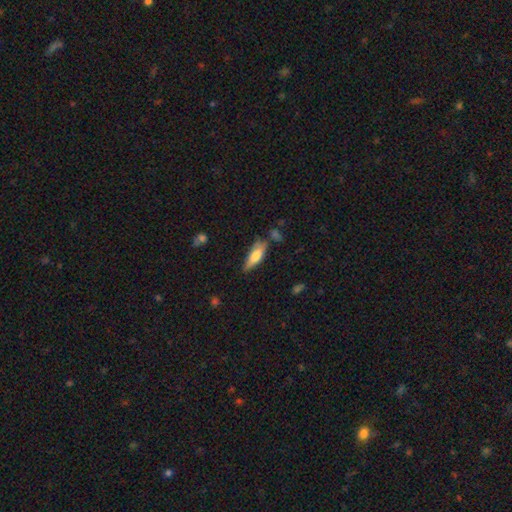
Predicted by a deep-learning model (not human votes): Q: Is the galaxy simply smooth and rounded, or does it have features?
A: smooth — 68%.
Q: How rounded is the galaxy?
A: in between — 56%.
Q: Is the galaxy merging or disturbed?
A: none — 61%.